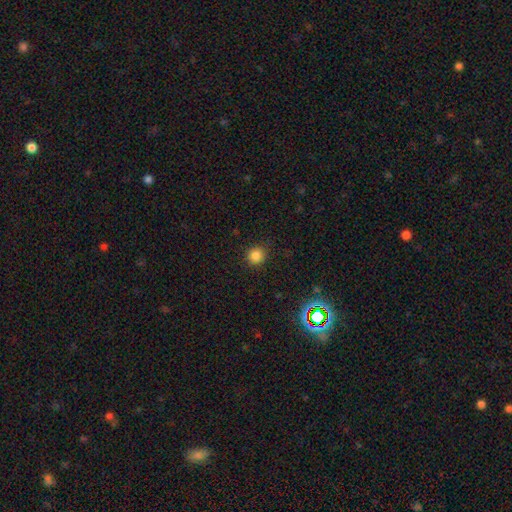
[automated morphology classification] Smooth or featured? Predicted: smooth (p=0.84). How rounded? Predicted: round (p=0.90). Merging? Predicted: none (p=0.89).